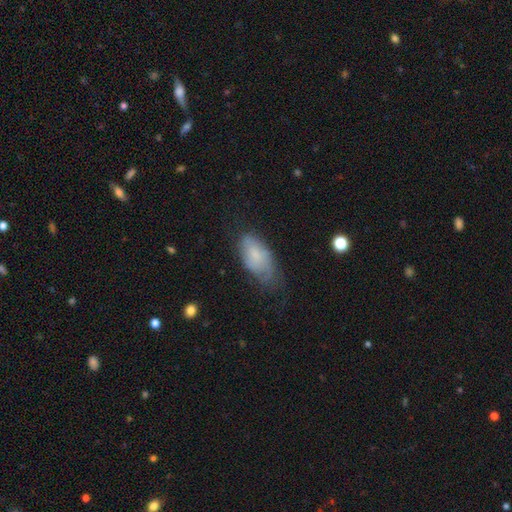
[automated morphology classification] Smooth or featured?
  - smooth: 64% *
  - featured or disk: 29%
  - star or artifact: 7%
How rounded?
  - in between: 92% *
  - cigar-shaped: 5%
  - round: 3%
Merging?
  - none: 45% *
  - minor disturbance: 37%
  - major disturbance: 17%
  - merger: 2%